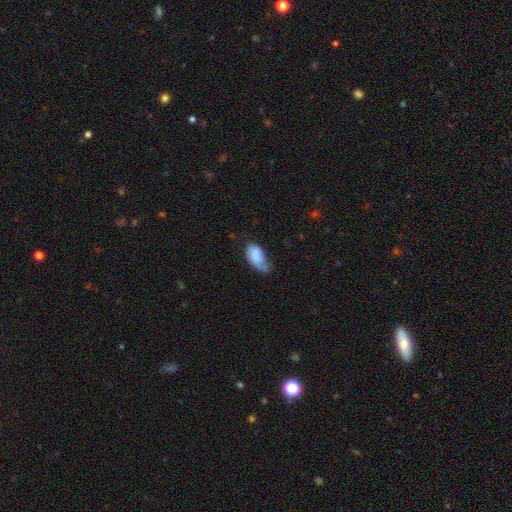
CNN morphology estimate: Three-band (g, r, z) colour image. It shows a smooth galaxy with no disk features (77%) that is in between round and cigar-shaped (94%). Merging: minor disturbance (40%).